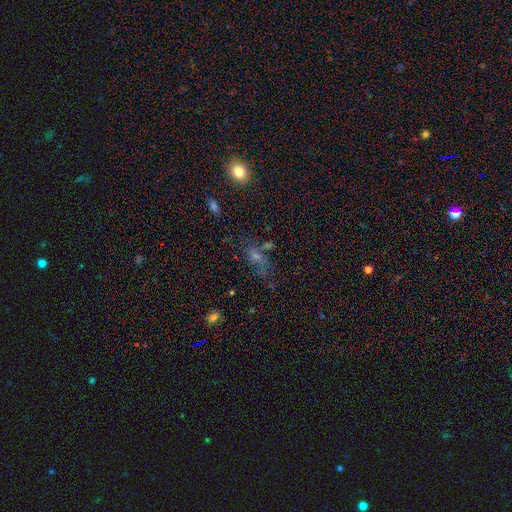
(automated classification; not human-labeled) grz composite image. It shows a star or artifact, not a galaxy (40%).